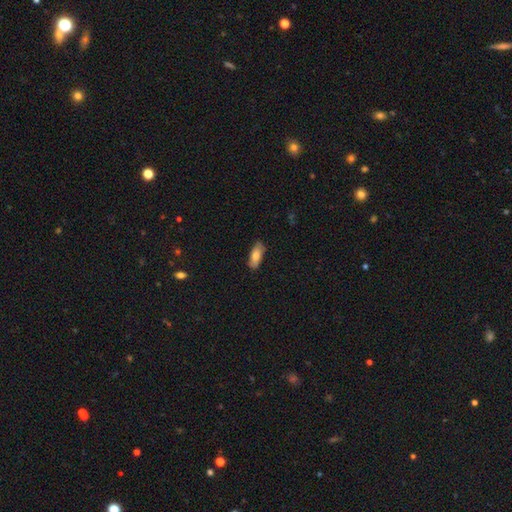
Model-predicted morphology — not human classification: Smooth or featured? Predicted: smooth (p=0.76). How rounded? Predicted: in between (p=0.79). Merging? Predicted: none (p=0.82).